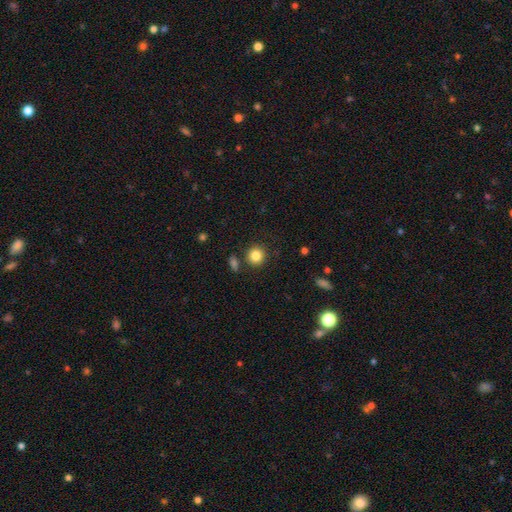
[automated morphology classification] smooth_or_featured: smooth (p=0.84) [alt: star or artifact p=0.10]
how_rounded: round (p=0.91) [alt: in between p=0.09]
merging: none (p=0.85) [alt: minor disturbance p=0.07]